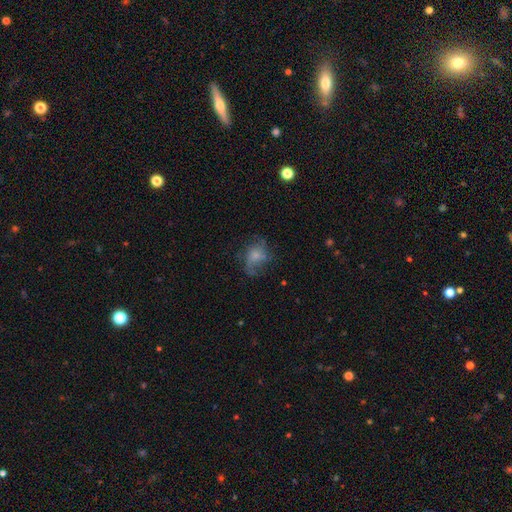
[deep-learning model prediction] smooth-or-featured: smooth: 47% | featured or disk: 42% | star or artifact: 12%
  merging: none: 51% | major disturbance: 24% | minor disturbance: 23% | merger: 2%